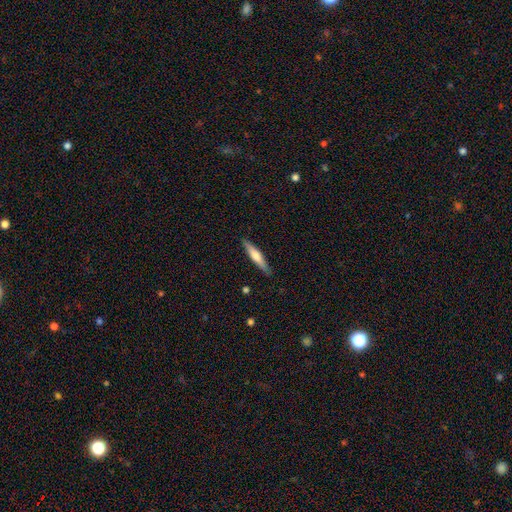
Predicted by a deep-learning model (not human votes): smooth-or-featured: smooth: 52% | featured or disk: 42% | star or artifact: 5%
  how-rounded: cigar-shaped: 89% | in between: 9% | round: 1%
  merging: none: 89% | minor disturbance: 9% | major disturbance: 2% | merger: 1%